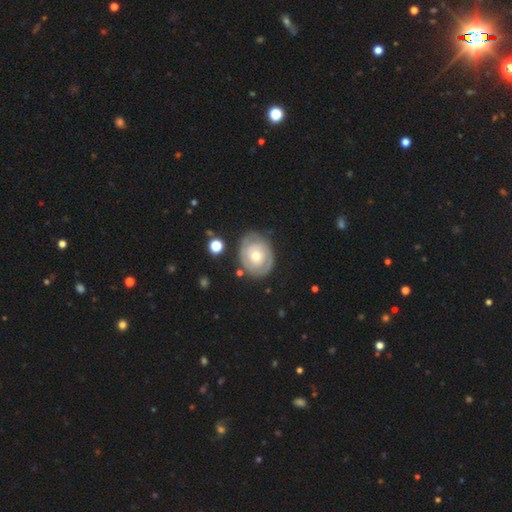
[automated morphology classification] Smooth or featured? Predicted: featured or disk (p=0.70). Edge-on disk? Predicted: no (p=0.96). Bar? Predicted: no (p=0.82). Spiral arms? Predicted: yes (p=0.74). Bulge size? Predicted: moderate (p=0.65). Merging? Predicted: none (p=0.73).